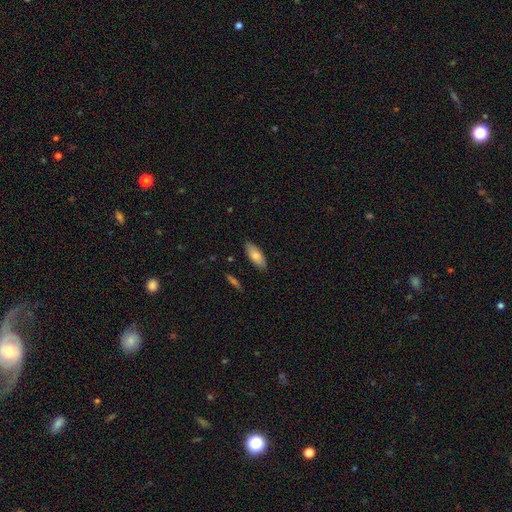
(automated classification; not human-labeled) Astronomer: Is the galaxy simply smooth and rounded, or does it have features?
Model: smooth — 80%.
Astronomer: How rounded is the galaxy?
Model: in between — 78%.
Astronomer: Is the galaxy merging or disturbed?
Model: none — 86%.